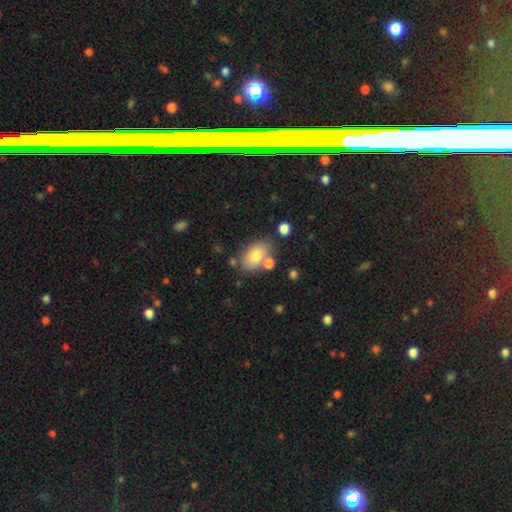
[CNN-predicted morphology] Smooth or featured?
  - smooth: 76% *
  - featured or disk: 15%
  - star or artifact: 9%
How rounded?
  - in between: 84% *
  - round: 15%
  - cigar-shaped: 1%
Merging?
  - none: 67% *
  - minor disturbance: 14%
  - merger: 14%
  - major disturbance: 4%